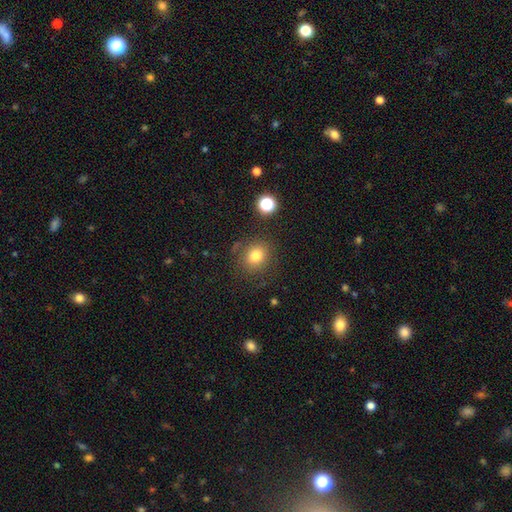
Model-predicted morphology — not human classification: smooth-or-featured: smooth: 79% | star or artifact: 13% | featured or disk: 8%
  how-rounded: round: 75% | in between: 24% | cigar-shaped: 1%
  merging: none: 80% | minor disturbance: 12% | major disturbance: 5% | merger: 4%